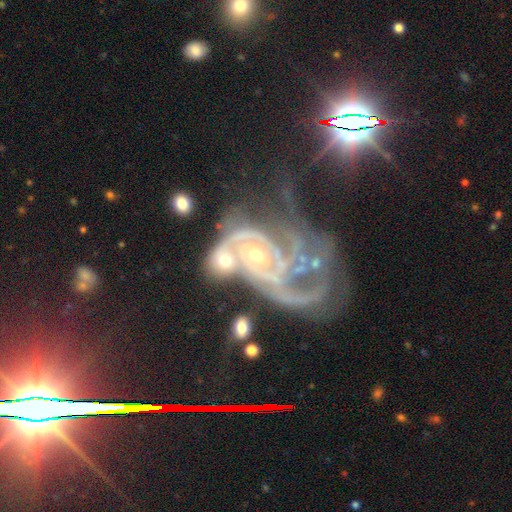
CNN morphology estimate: Smooth or featured?
  - featured or disk: 85% *
  - star or artifact: 10%
  - smooth: 4%
Edge-on disk?
  - no: 98% *
  - yes: 2%
Bar?
  - no: 69% *
  - weak: 22%
  - strong: 9%
Spiral arms?
  - yes: 95% *
  - no: 5%
Spiral winding?
  - tight: 47% *
  - medium: 39%
  - loose: 13%
Spiral arm count?
  - 2: 31% *
  - 3: 23%
  - can't tell: 21%
  - 1: 8%
  - 4: 8%
  - more than 4: 7%
Bulge size?
  - small: 66% *
  - moderate: 28%
  - none: 3%
  - large: 2%
  - dominant: 1%
Merging?
  - major disturbance: 34% *
  - merger: 31%
  - none: 20%
  - minor disturbance: 15%